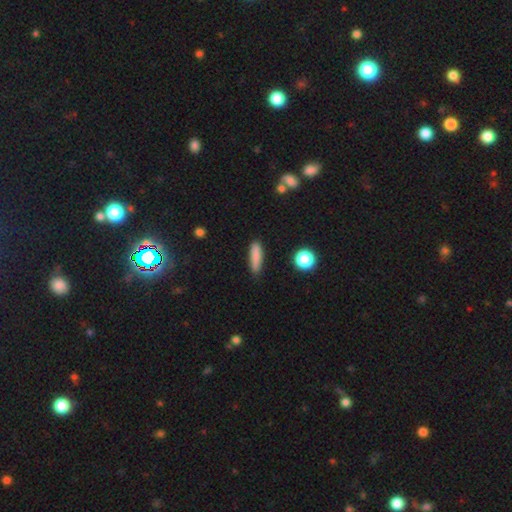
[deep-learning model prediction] This appears to be a smooth galaxy with no disk features (83%) that is cigar-shaped (77%). Merging: none (83%).